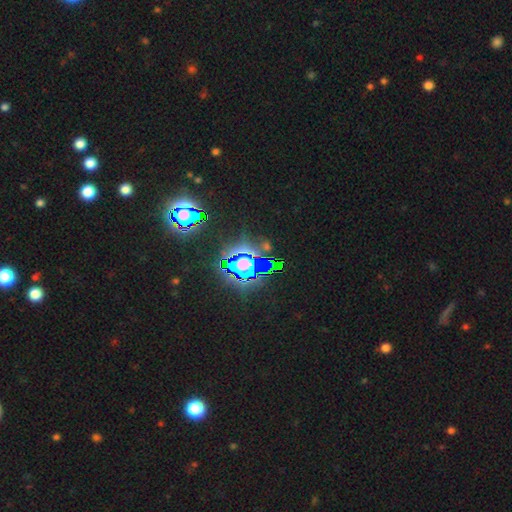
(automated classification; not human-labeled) smooth_or_featured: star or artifact (p=0.83) [alt: smooth p=0.10]